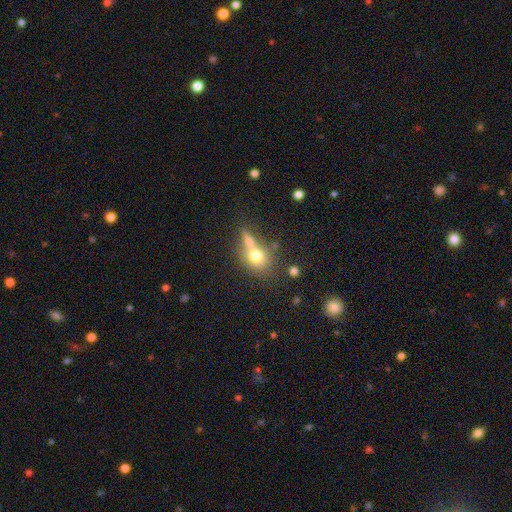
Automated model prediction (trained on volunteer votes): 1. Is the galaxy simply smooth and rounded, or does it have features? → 70% smooth, 19% featured or disk, 11% star or artifact.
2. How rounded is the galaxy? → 59% round, 37% in between, 4% cigar-shaped.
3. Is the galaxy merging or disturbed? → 42% merger, 39% none, 11% minor disturbance, 7% major disturbance.